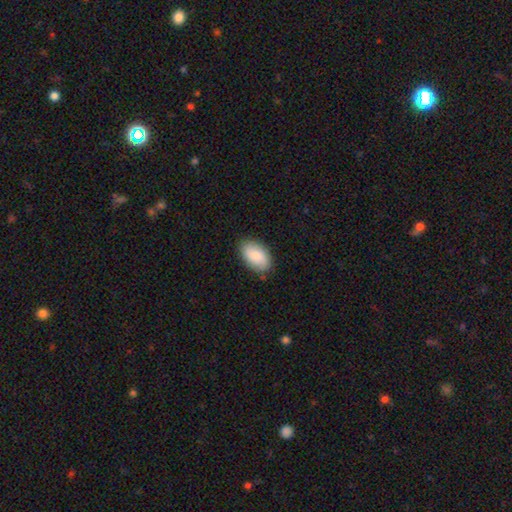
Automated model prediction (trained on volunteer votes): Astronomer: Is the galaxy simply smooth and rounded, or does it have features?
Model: smooth — 80%.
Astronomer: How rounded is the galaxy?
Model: in between — 93%.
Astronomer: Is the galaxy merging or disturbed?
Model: none — 83%.